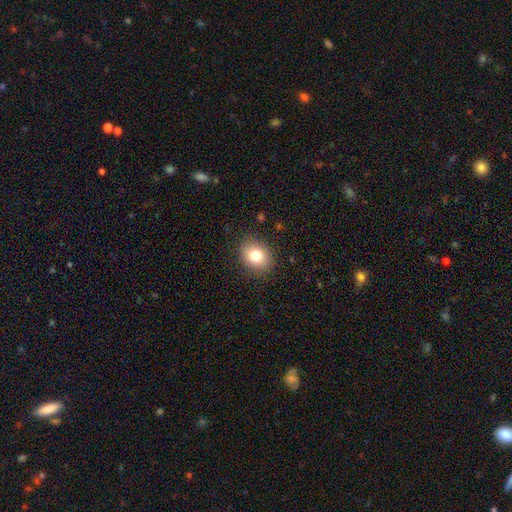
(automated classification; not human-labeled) smooth-or-featured: smooth: 80% | star or artifact: 10% | featured or disk: 10%
  how-rounded: round: 54% | in between: 45% | cigar-shaped: 1%
  merging: none: 87% | minor disturbance: 9% | major disturbance: 3% | merger: 1%